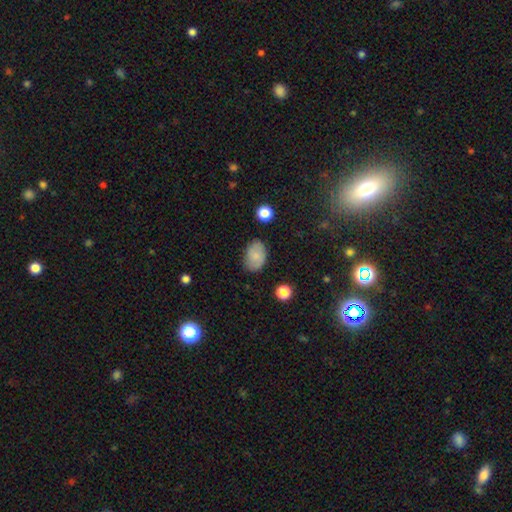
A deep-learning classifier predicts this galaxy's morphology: smooth-or-featured: smooth: 81% | featured or disk: 10% | star or artifact: 8%
  how-rounded: in between: 84% | round: 15% | cigar-shaped: 1%
  merging: none: 79% | minor disturbance: 15% | major disturbance: 3% | merger: 2%